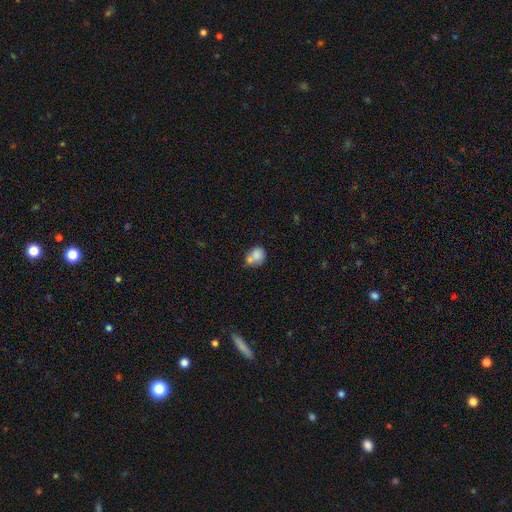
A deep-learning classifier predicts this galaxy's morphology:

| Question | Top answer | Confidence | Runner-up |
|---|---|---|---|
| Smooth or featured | smooth | 79% | featured or disk (11%) |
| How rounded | round | 64% | in between (35%) |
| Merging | merger | 45% | none (35%) |